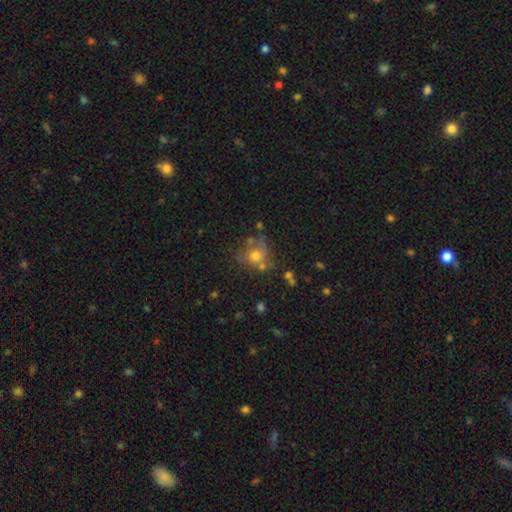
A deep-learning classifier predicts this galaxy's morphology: This is likely a smooth galaxy (64%). How rounded: likely round (77%). Merging: possibly none (50%).